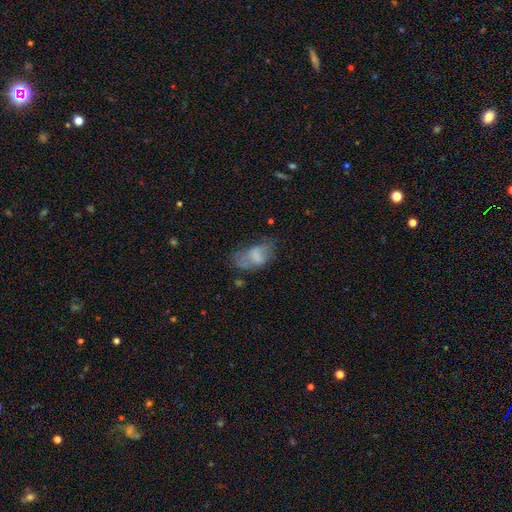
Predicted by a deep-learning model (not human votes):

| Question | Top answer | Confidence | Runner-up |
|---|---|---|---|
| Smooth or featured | smooth | 58% | featured or disk (32%) |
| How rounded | in between | 91% | round (6%) |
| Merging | none | 34% | minor disturbance (31%) |